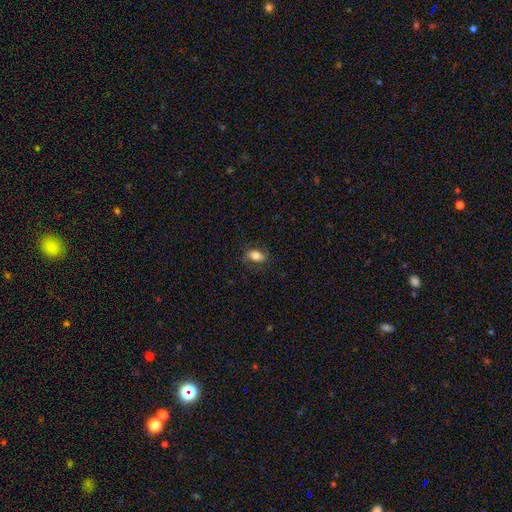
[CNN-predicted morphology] The model was most divided on "smooth or featured": smooth: 72%, featured or disk: 20%, star or artifact: 8%. More confident: how rounded — in between (86%); merging — none (74%).